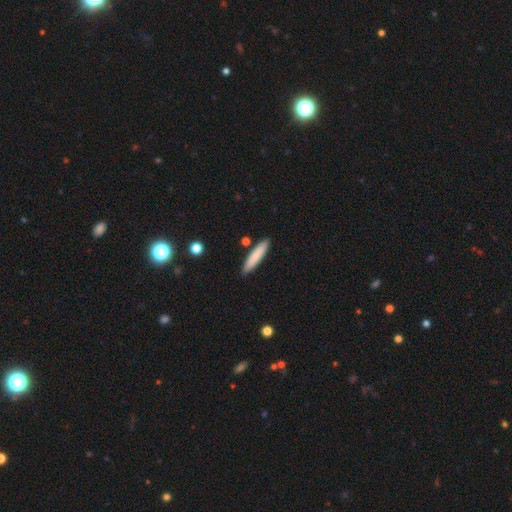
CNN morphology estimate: smooth-or-featured: smooth: 82% | featured or disk: 13% | star or artifact: 6%
  how-rounded: cigar-shaped: 87% | in between: 12% | round: 1%
  merging: none: 87% | minor disturbance: 8% | merger: 3% | major disturbance: 2%